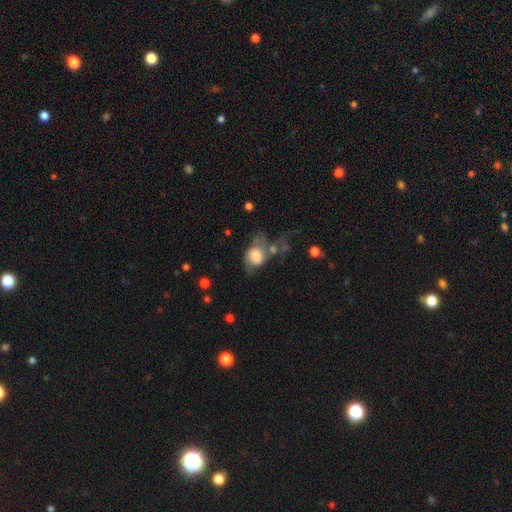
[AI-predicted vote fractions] Smooth or featured?
  - smooth: 63% *
  - featured or disk: 29%
  - star or artifact: 8%
How rounded?
  - in between: 55% *
  - round: 43%
  - cigar-shaped: 1%
Merging?
  - major disturbance: 34% *
  - none: 25%
  - minor disturbance: 21%
  - merger: 20%